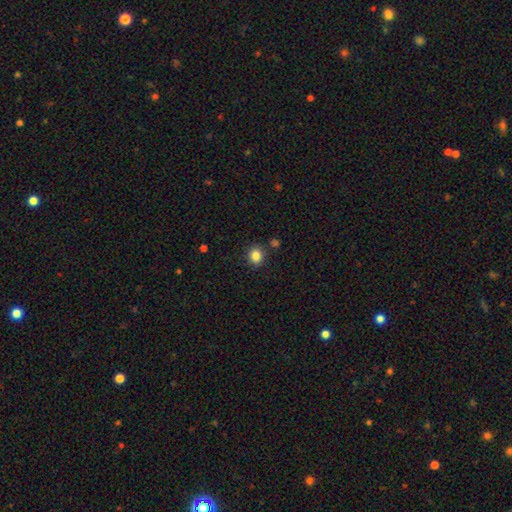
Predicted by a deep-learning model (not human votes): smooth-or-featured: smooth: 85% | star or artifact: 11% | featured or disk: 5%
  how-rounded: round: 73% | in between: 26% | cigar-shaped: 1%
  merging: none: 84% | minor disturbance: 9% | merger: 4% | major disturbance: 3%